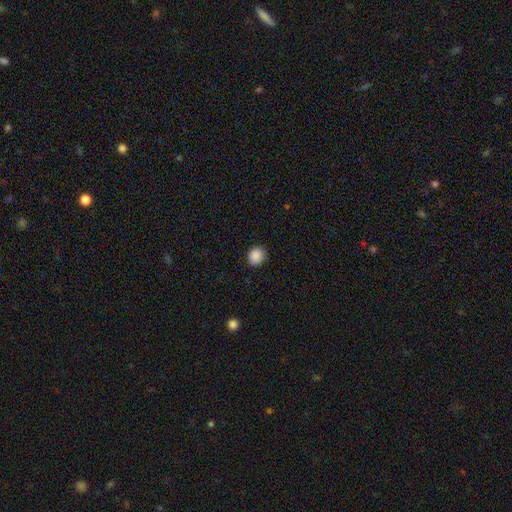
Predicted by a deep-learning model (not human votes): A smooth galaxy with no disk features (88%) that is round (78%). Merging: none (88%).